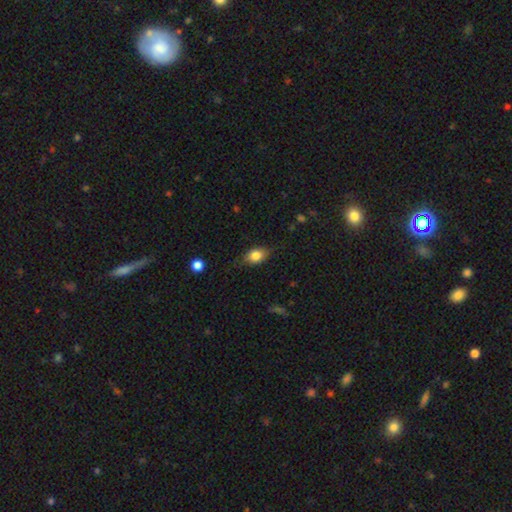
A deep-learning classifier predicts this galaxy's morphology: type=smooth (80%); roundness=in between (75%); merging=none (75%).